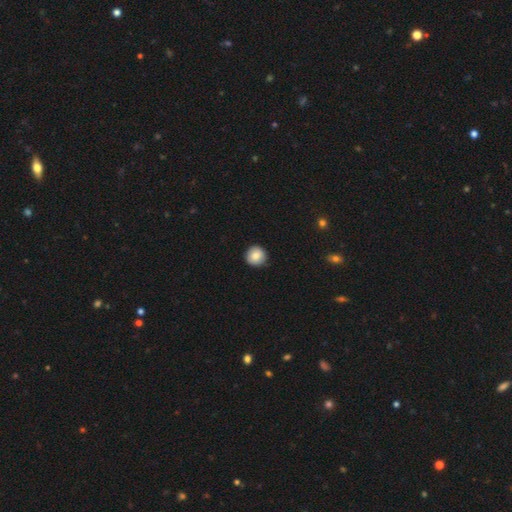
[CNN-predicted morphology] This is clearly a smooth galaxy (84%). How rounded: clearly round (95%). Merging: clearly none (90%).